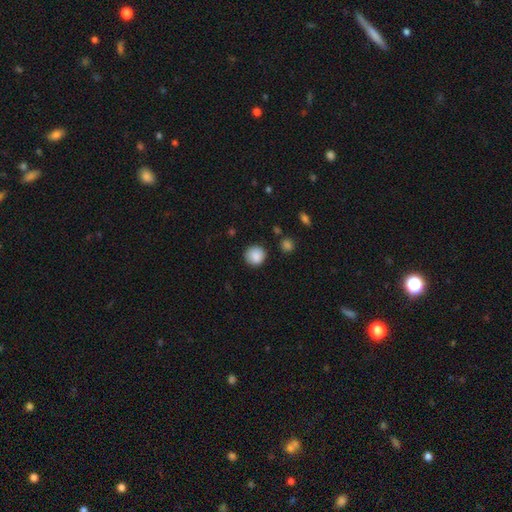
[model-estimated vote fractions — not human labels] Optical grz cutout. It shows a smooth galaxy with no disk features (88%) that is round (92%). Merging: none (88%).